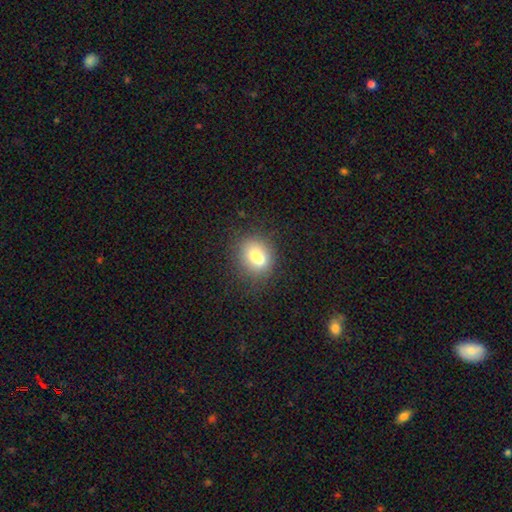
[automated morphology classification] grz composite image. It shows a smooth galaxy with no disk features (69%) that is round (62%). Merging: none (47%).